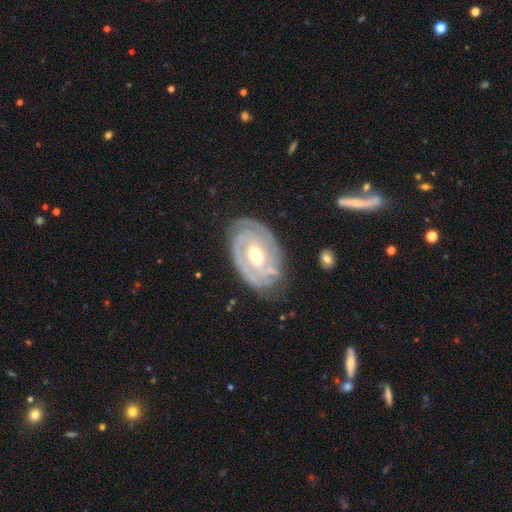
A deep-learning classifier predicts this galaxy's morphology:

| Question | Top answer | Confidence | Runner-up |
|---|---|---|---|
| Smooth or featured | featured or disk | 87% | smooth (8%) |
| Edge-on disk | no | 96% | yes (4%) |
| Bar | weak | 41% | no (40%) |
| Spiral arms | yes | 94% | no (6%) |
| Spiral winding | tight | 78% | medium (18%) |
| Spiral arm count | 2 | 40% | can't tell (27%) |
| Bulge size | moderate | 69% | small (25%) |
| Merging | none | 75% | minor disturbance (18%) |